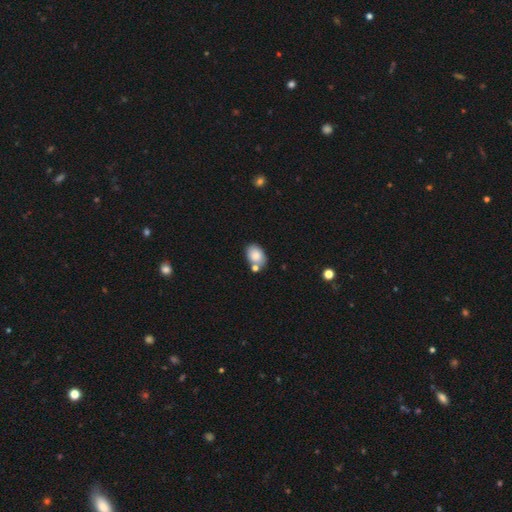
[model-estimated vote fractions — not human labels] Morphology: type=smooth (83%); roundness=in between (79%); merging=none (62%).